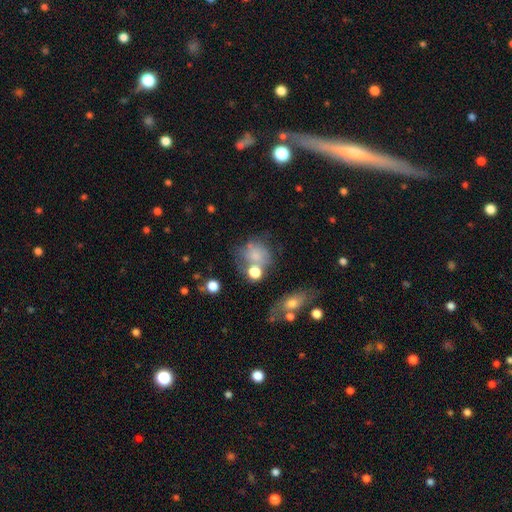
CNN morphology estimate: smooth-or-featured: smooth: 66% | featured or disk: 21% | star or artifact: 13%
  how-rounded: round: 67% | in between: 32% | cigar-shaped: 1%
  merging: none: 40% | merger: 22% | minor disturbance: 22% | major disturbance: 17%